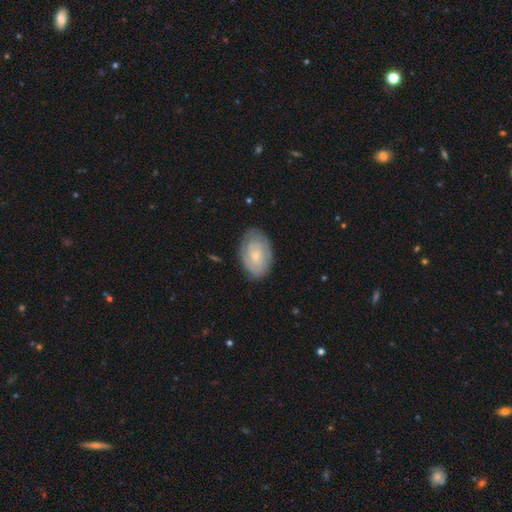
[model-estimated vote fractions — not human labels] smooth-or-featured: featured or disk: 59% | smooth: 35% | star or artifact: 6%
  disk-edge-on: no: 96% | yes: 4%
    bar: no: 78% | weak: 20% | strong: 3%
    has-spiral-arms: yes: 78% | no: 22%
    bulge-size: small: 69% | moderate: 26% | none: 2% | large: 1% | dominant: 1%
  merging: none: 77% | minor disturbance: 17% | major disturbance: 4% | merger: 1%